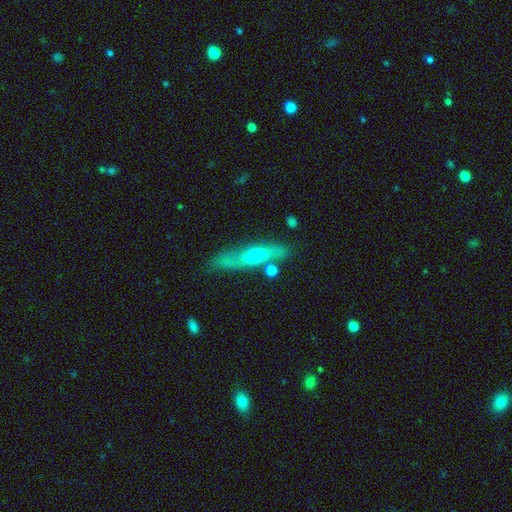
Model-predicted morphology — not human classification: smooth-or-featured: featured or disk: 51% | smooth: 42% | star or artifact: 7%
  disk-edge-on: yes: 70% | no: 30%
  merging: none: 68% | minor disturbance: 17% | merger: 9% | major disturbance: 5%